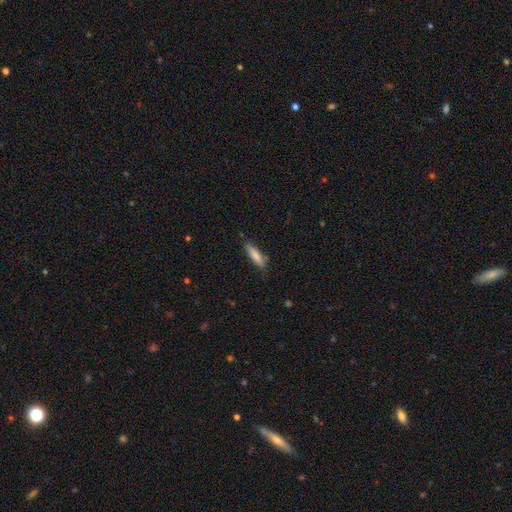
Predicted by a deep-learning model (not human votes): Morphology: type=smooth (80%); roundness=cigar-shaped (73%); merging=none (82%).